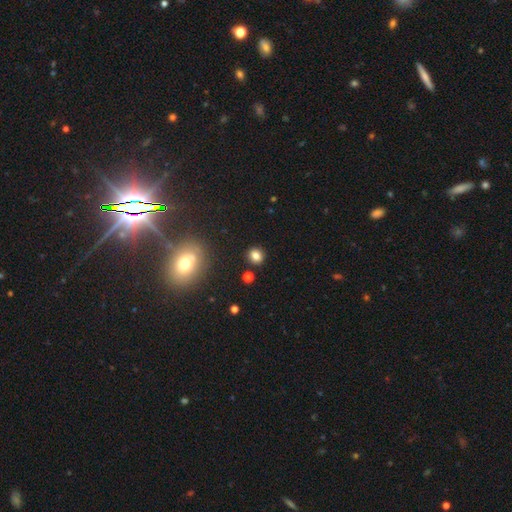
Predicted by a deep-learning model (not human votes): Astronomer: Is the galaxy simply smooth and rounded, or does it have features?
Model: smooth — 80%.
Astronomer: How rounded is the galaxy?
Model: round — 74%.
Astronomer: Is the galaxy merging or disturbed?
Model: none — 87%.